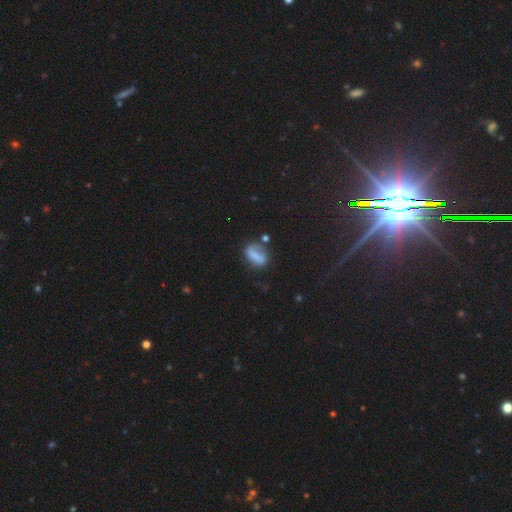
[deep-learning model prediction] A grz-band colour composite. It shows a smooth galaxy with no disk features (61%) that is in between round and cigar-shaped (72%). Merging: none (51%).